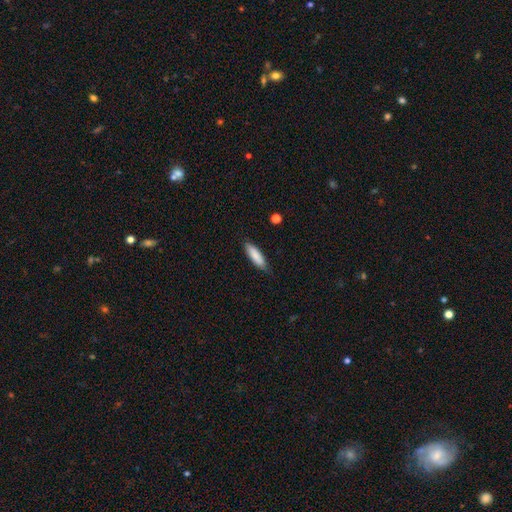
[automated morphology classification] A smooth galaxy with no disk features (86%) that is cigar-shaped (58%). Merging: none (78%).